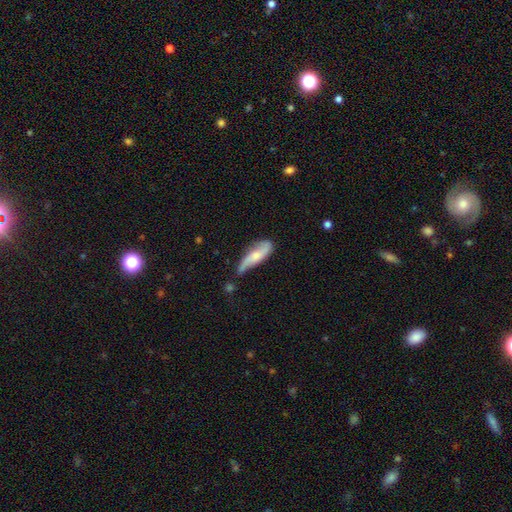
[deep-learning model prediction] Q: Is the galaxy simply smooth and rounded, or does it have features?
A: featured or disk — 51%.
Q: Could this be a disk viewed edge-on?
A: no — 75%.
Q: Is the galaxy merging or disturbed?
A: none — 45%.